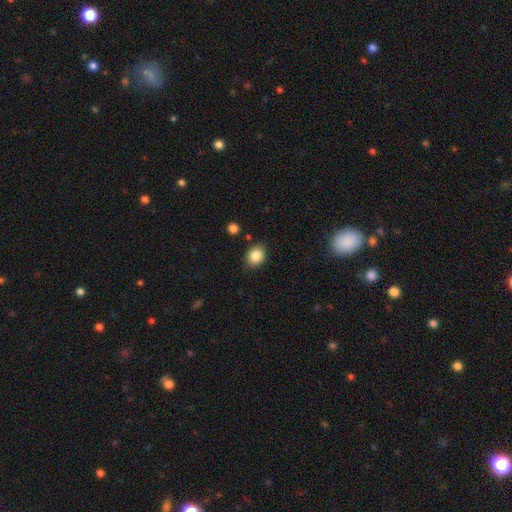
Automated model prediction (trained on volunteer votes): Morphology: type=smooth (84%); roundness=round (59%); merging=none (85%).